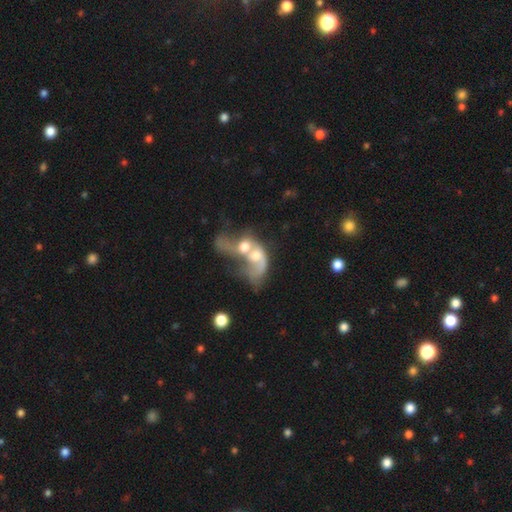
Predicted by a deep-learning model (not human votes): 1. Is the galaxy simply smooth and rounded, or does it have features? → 57% featured or disk, 34% smooth, 9% star or artifact.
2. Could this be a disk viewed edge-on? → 96% no, 4% yes.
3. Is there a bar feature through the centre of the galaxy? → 74% no, 21% weak, 5% strong.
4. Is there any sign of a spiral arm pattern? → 52% yes, 48% no.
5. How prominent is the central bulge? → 56% moderate, 18% large, 16% small, 8% none, 3% dominant.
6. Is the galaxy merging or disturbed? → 80% merger, 12% major disturbance, 5% none, 3% minor disturbance.